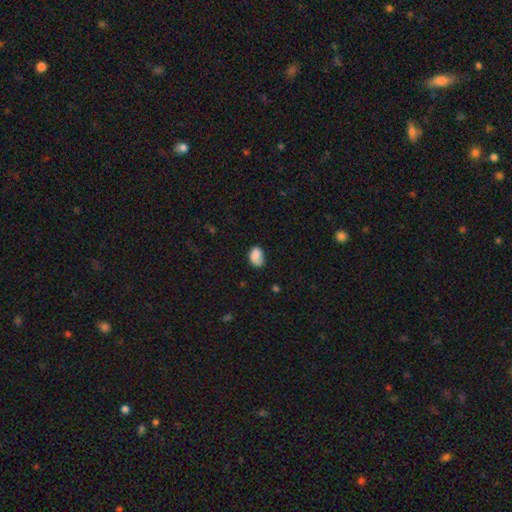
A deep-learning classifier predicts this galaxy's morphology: Q: Smooth or featured?
A: smooth (80%); runner-up: featured or disk (12%)
Q: How rounded?
A: in between (79%); runner-up: round (20%)
Q: Merging?
A: none (61%); runner-up: minor disturbance (28%)